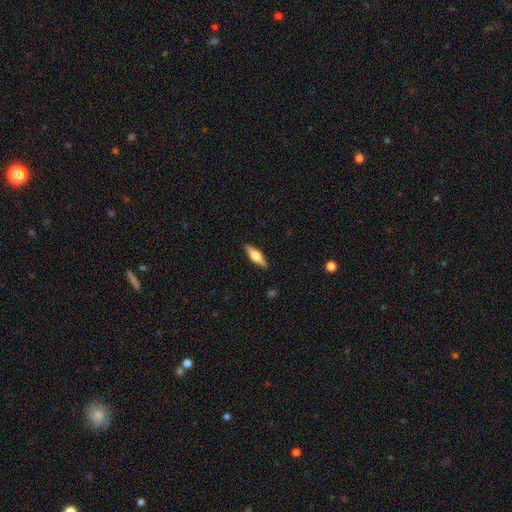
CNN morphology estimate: smooth_or_featured: featured or disk (p=0.49) [alt: smooth p=0.44]
merging: none (p=0.89) [alt: minor disturbance p=0.08]